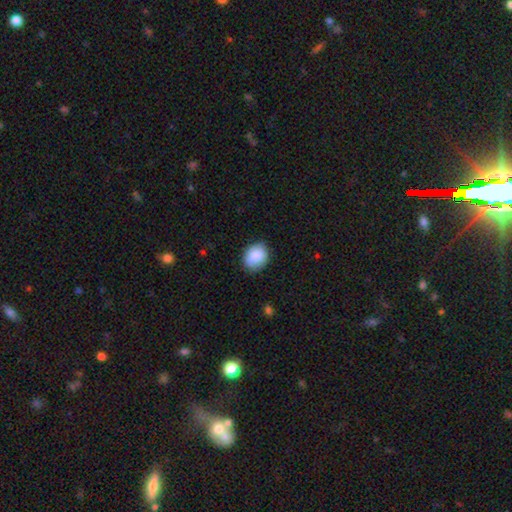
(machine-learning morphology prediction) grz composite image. It shows a smooth galaxy with no disk features (89%) that is round (57%). Merging: none (82%).